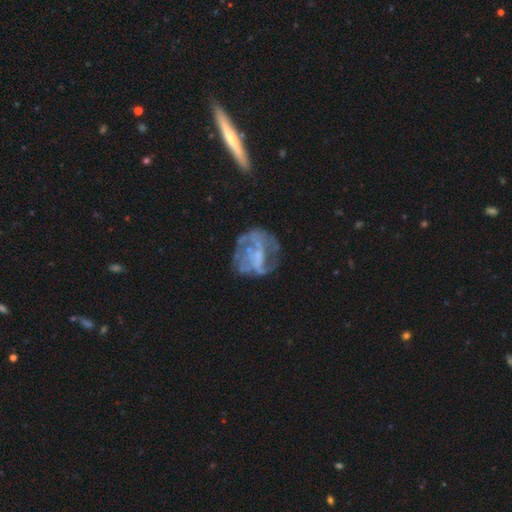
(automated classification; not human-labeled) A featured or disk galaxy (69%) with no bar (61%), no spiral arms (53%) and no central bulge (56%).

Vote fractions:
- Smooth or featured? featured or disk: 69% / smooth: 20% / star or artifact: 11%
- Edge-on disk? no: 97% / yes: 3%
- Bar? no: 61% / weak: 28% / strong: 11%
- Spiral arms? no: 53% / yes: 47%
- Bulge size? none: 56% / small: 25% / moderate: 15% / large: 4% / dominant: 1%
- Merging? none: 51% / major disturbance: 25% / minor disturbance: 19% / merger: 4%